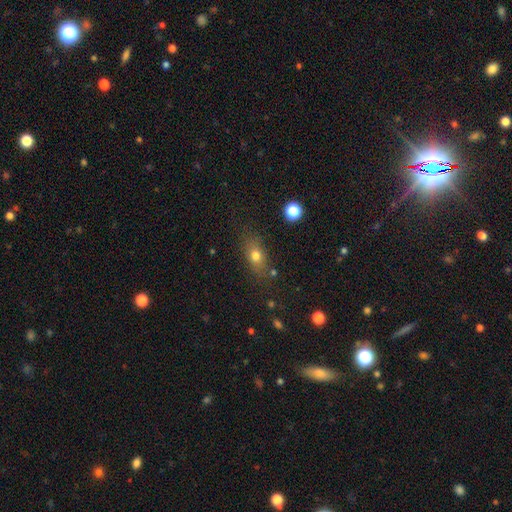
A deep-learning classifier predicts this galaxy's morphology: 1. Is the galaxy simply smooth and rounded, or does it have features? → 73% smooth, 14% featured or disk, 13% star or artifact.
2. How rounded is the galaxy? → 68% in between, 23% round, 9% cigar-shaped.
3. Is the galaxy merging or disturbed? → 74% none, 16% minor disturbance, 6% major disturbance, 3% merger.